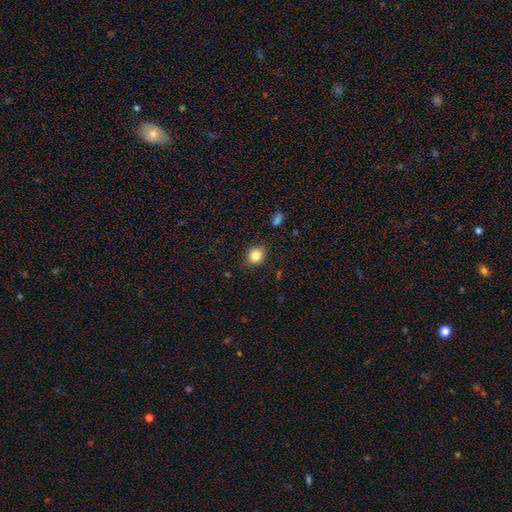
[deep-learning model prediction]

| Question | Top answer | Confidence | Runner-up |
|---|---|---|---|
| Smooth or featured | smooth | 83% | star or artifact (11%) |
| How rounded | round | 74% | in between (25%) |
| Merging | none | 87% | minor disturbance (10%) |